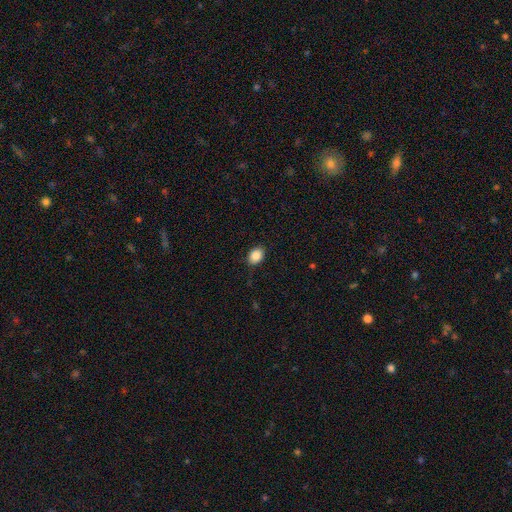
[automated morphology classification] Overall: smooth (87%). How rounded: in between (73%). Merging: none (86%).